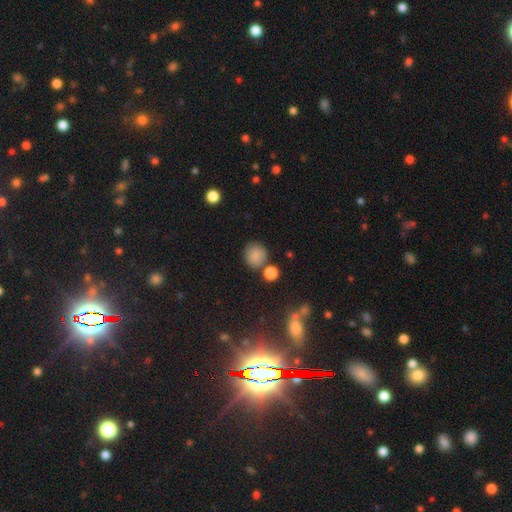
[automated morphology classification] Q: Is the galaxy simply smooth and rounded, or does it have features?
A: smooth — 82%.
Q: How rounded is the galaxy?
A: round — 85%.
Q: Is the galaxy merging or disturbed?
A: none — 73%.